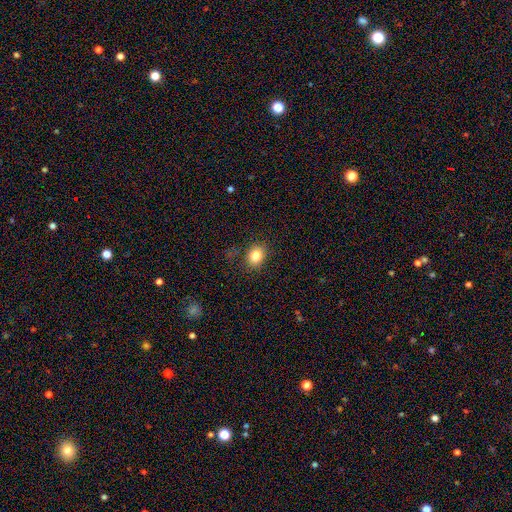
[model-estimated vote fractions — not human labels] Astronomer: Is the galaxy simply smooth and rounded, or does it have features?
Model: smooth — 82%.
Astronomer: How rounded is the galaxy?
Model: round — 53% (runner-up: in between, 46%).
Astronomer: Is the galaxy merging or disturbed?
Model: none — 83%.